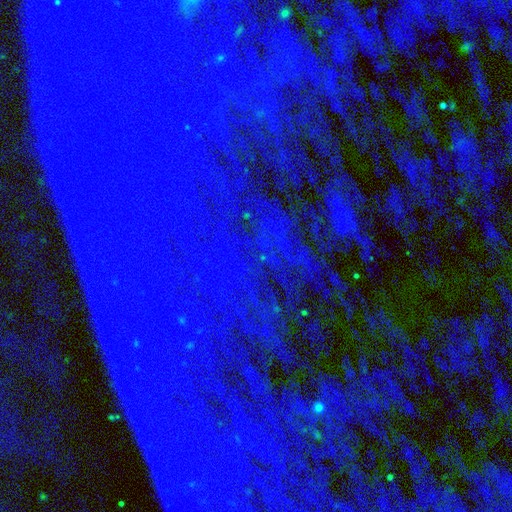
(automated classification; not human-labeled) The model was most divided on "smooth or featured": star or artifact: 83%, smooth: 9%, featured or disk: 8%.